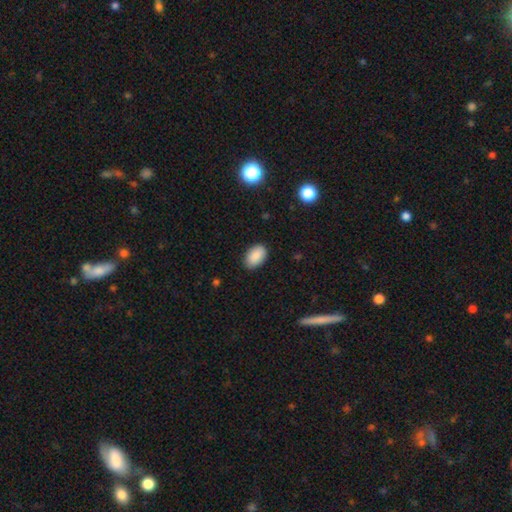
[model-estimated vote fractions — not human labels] Smooth or featured? smooth (89%)
How rounded? in between (92%)
Merging? none (88%)